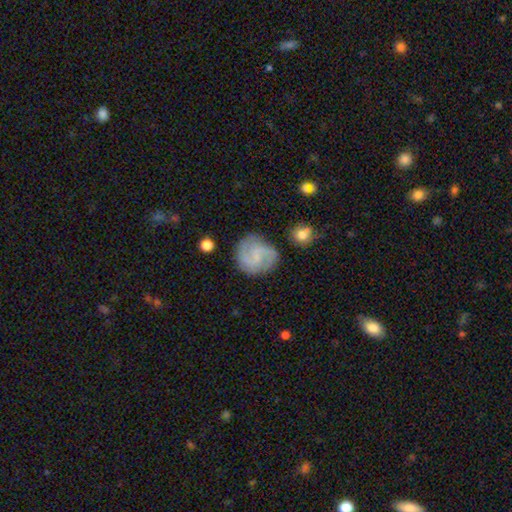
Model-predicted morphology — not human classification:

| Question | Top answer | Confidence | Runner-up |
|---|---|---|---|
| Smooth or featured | featured or disk | 72% | smooth (22%) |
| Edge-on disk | no | 98% | yes (2%) |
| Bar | weak | 52% | no (37%) |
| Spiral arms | yes | 94% | no (6%) |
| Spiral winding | medium | 49% | loose (32%) |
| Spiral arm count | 2 | 82% | can't tell (7%) |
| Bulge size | none | 45% | small (42%) |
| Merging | none | 76% | minor disturbance (15%) |